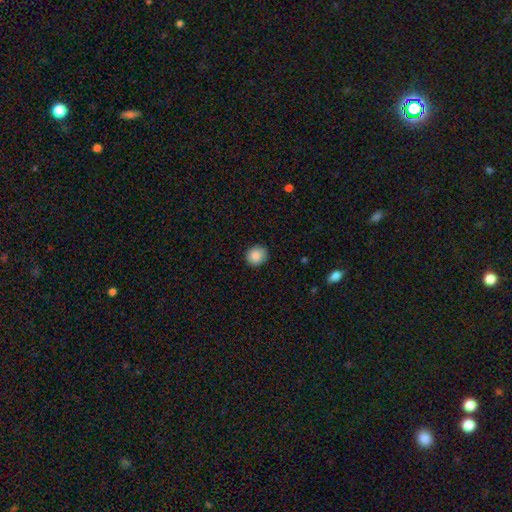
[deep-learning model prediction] This appears to be a smooth galaxy with no disk features (87%) that is round (86%). Merging: none (85%).